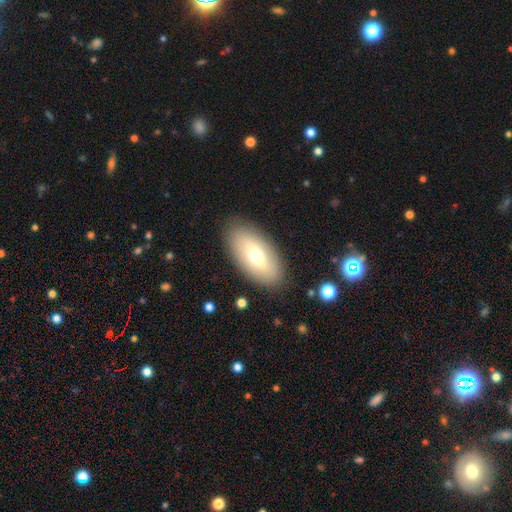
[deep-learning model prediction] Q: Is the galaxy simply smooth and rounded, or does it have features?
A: smooth — 63%.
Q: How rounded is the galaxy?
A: in between — 91%.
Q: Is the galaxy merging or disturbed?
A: none — 86%.